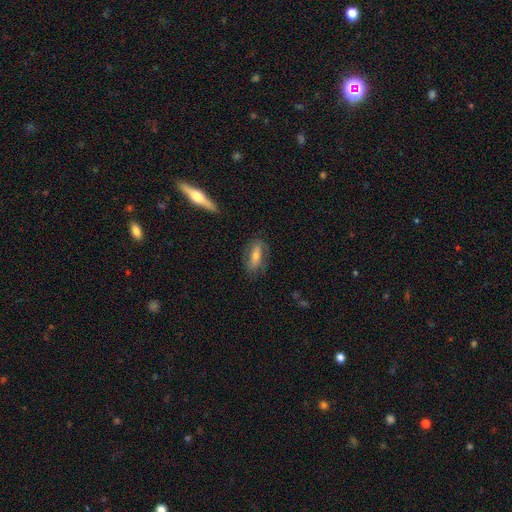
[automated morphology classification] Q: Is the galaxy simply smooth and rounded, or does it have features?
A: featured or disk — 49%.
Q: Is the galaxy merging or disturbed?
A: none — 77%.